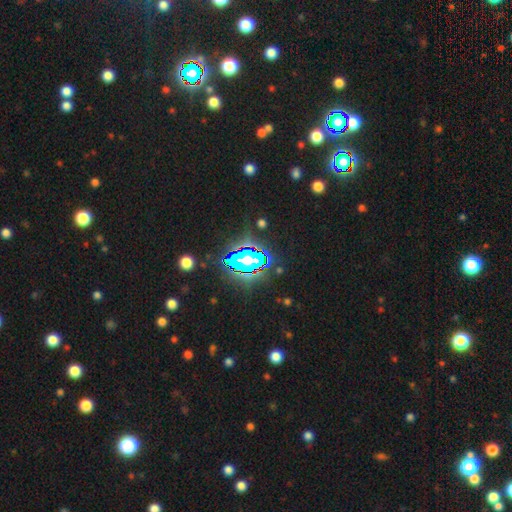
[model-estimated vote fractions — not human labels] Smooth or featured: star or artifact — 78% (smooth — 13%)